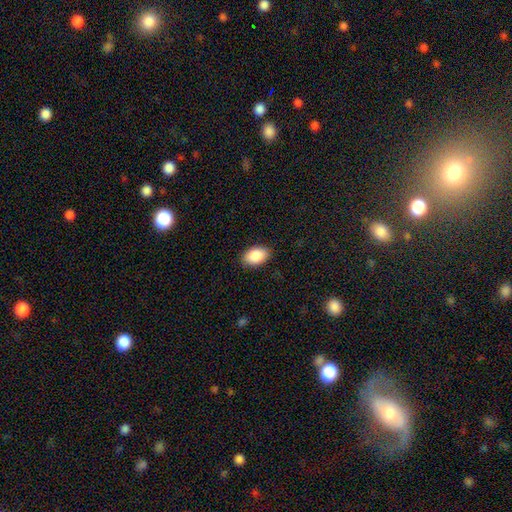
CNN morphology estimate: A smooth galaxy with no disk features (89%) that is in between round and cigar-shaped (90%). Merging: none (88%).